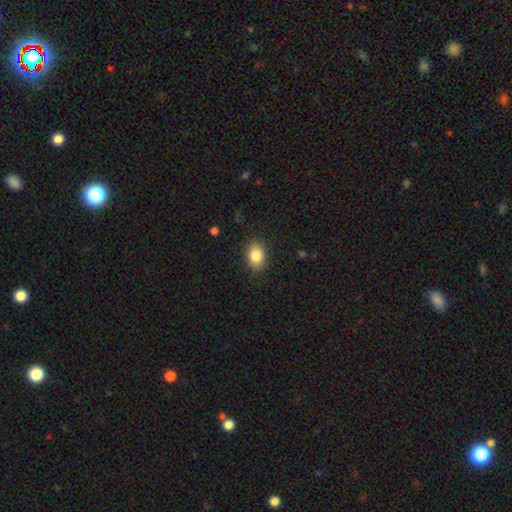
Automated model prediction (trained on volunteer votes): Smooth or featured? smooth (85%)
How rounded? in between (77%)
Merging? none (87%)